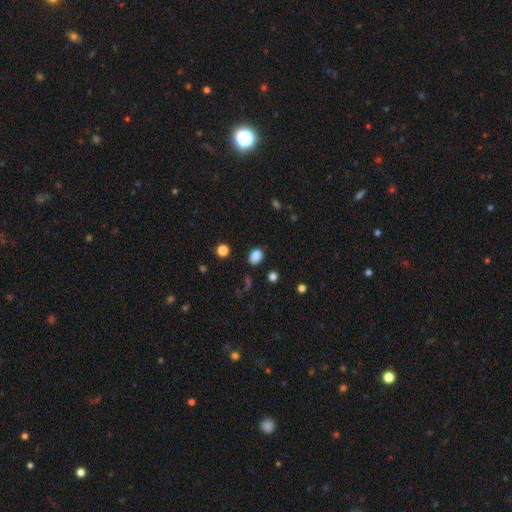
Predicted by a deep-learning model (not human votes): Smooth or featured? Predicted: smooth (p=0.84). How rounded? Predicted: in between (p=0.73). Merging? Predicted: none (p=0.79).